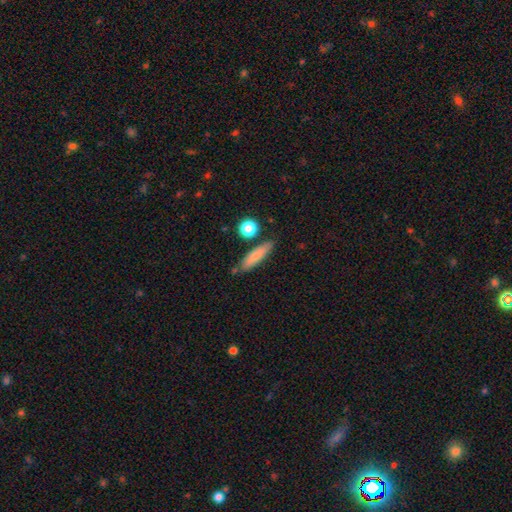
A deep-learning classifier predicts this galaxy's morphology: Smooth or featured?
  - smooth: 75% *
  - featured or disk: 17%
  - star or artifact: 7%
How rounded?
  - cigar-shaped: 71% *
  - in between: 26%
  - round: 3%
Merging?
  - none: 75% *
  - minor disturbance: 15%
  - merger: 7%
  - major disturbance: 3%